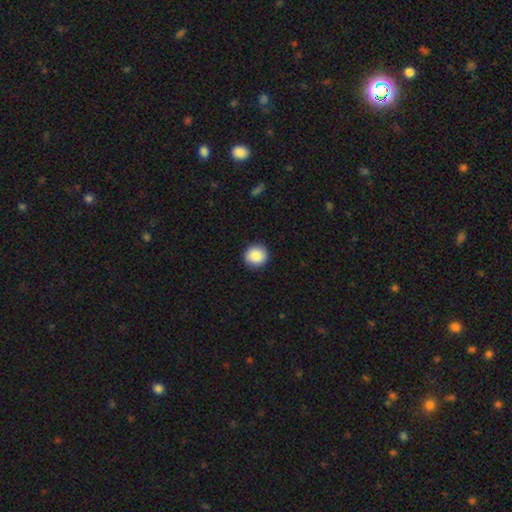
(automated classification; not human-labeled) smooth_or_featured: smooth (p=0.86) [alt: star or artifact p=0.08]
how_rounded: round (p=0.93) [alt: in between p=0.06]
merging: none (p=0.90) [alt: minor disturbance p=0.07]